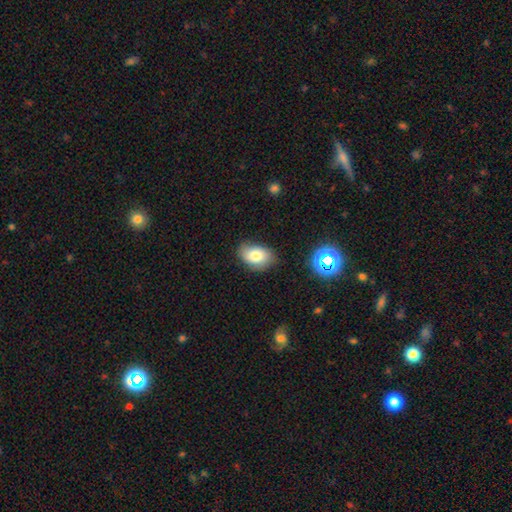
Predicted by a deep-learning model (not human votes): smooth 77%, featured or disk 12%, star or artifact 10%. Down the decision tree: how rounded — in between (86%); merging — none (76%).